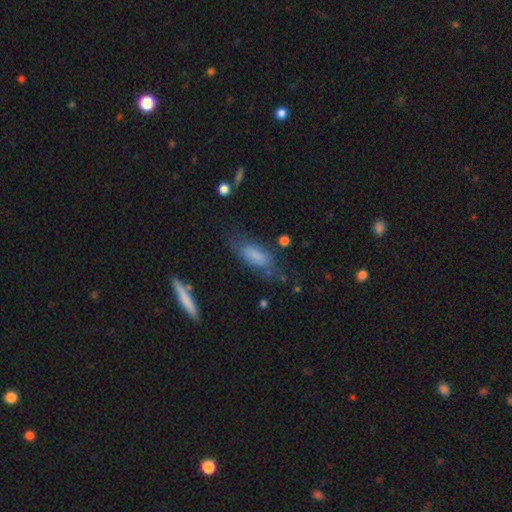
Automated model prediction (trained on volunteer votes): The model was most divided on "merging": none: 54%, minor disturbance: 27%, major disturbance: 15%, merger: 4%. More confident: how rounded — in between (71%); smooth or featured — smooth (69%).